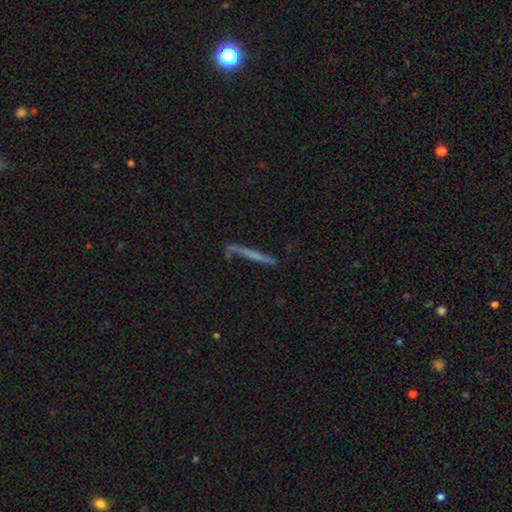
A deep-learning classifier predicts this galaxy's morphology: Smooth or featured?
  - smooth: 48% *
  - featured or disk: 43%
  - star or artifact: 8%
Merging?
  - none: 71% *
  - minor disturbance: 18%
  - major disturbance: 7%
  - merger: 4%